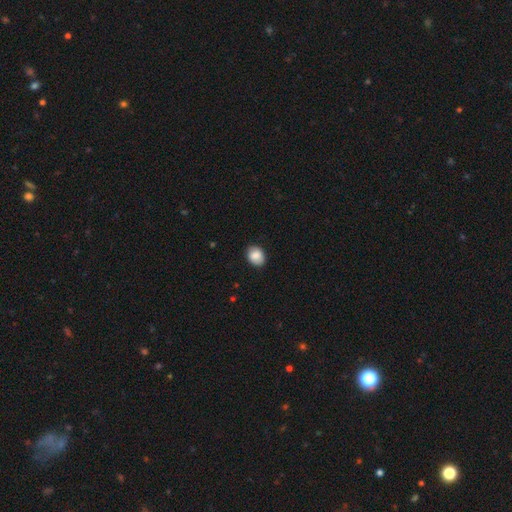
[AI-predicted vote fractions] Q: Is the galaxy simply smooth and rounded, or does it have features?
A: smooth — 84%.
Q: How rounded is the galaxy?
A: in between — 60%.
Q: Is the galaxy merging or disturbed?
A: none — 85%.